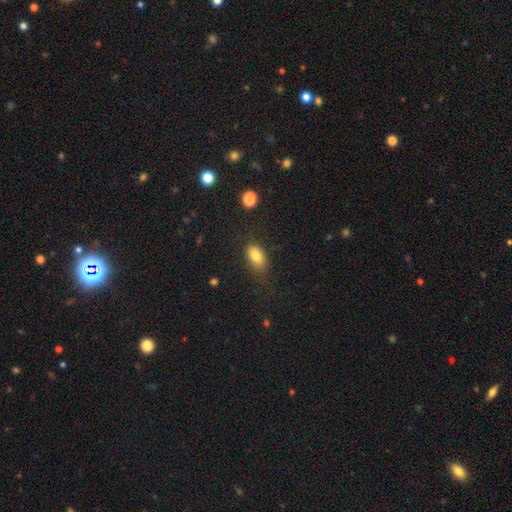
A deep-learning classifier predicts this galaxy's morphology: The model was most divided on "merging": none: 67%, minor disturbance: 22%, major disturbance: 9%, merger: 2%. More confident: how rounded — in between (88%); smooth or featured — smooth (82%).